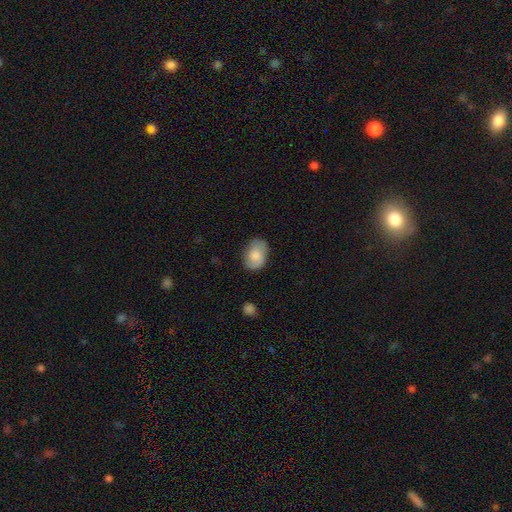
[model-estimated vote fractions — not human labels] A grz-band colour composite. It shows a smooth galaxy with no disk features (75%) that is in between round and cigar-shaped (79%). Merging: none (72%).